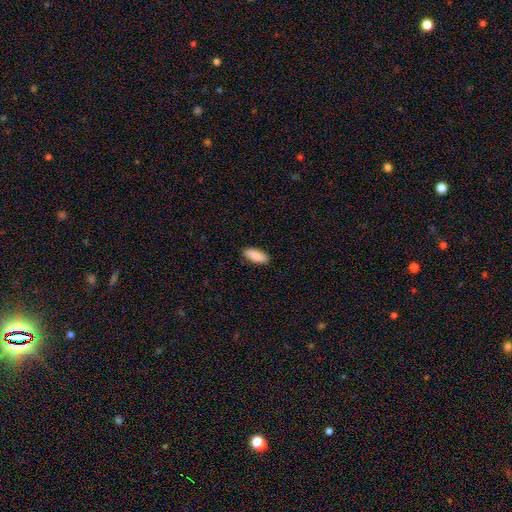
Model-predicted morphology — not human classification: Smooth or featured? smooth (90%)
How rounded? in between (83%)
Merging? none (87%)